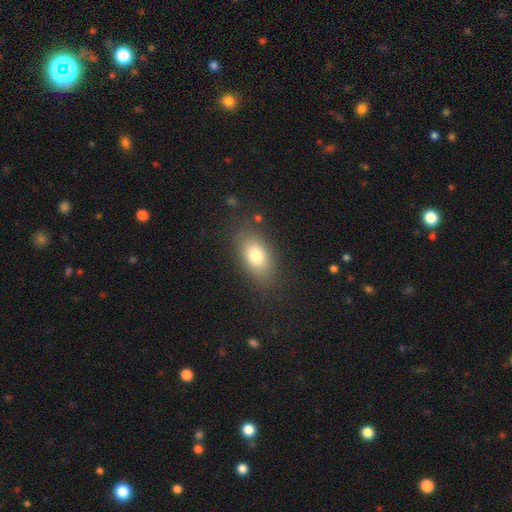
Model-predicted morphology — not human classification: smooth_or_featured: smooth (p=0.78) [alt: featured or disk p=0.13]
how_rounded: in between (p=0.87) [alt: round p=0.09]
merging: none (p=0.82) [alt: minor disturbance p=0.12]